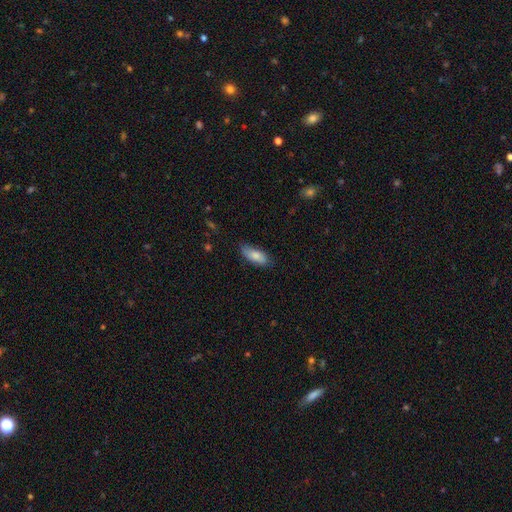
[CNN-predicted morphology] Overall: smooth (81%). How rounded: in between (77%). Merging: none (75%).